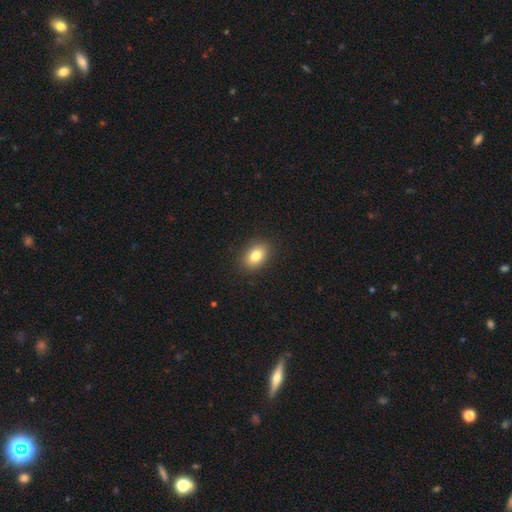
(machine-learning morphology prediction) Q: Smooth or featured?
A: smooth (83%); runner-up: star or artifact (9%)
Q: How rounded?
A: in between (79%); runner-up: round (19%)
Q: Merging?
A: none (89%); runner-up: minor disturbance (8%)